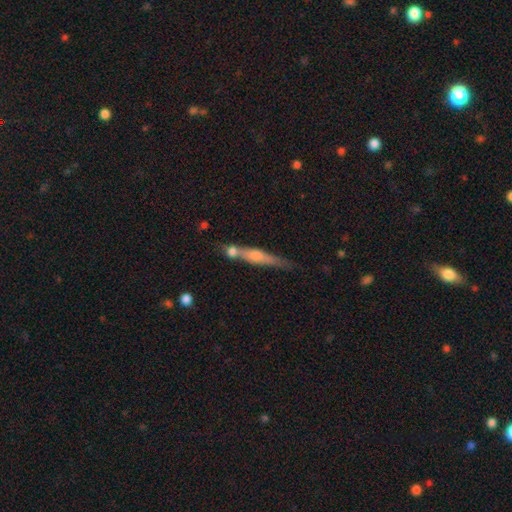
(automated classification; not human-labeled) Morphology: type=featured or disk (51%); edge-on=yes (91%); merging=none (57%).